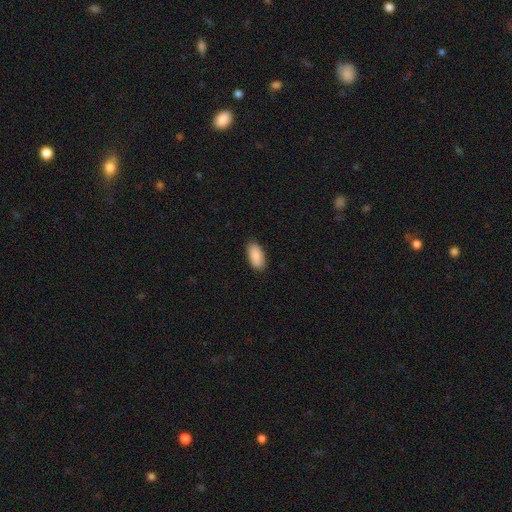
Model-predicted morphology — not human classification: This is clearly a smooth galaxy (90%). How rounded: clearly in between (92%). Merging: clearly none (86%).